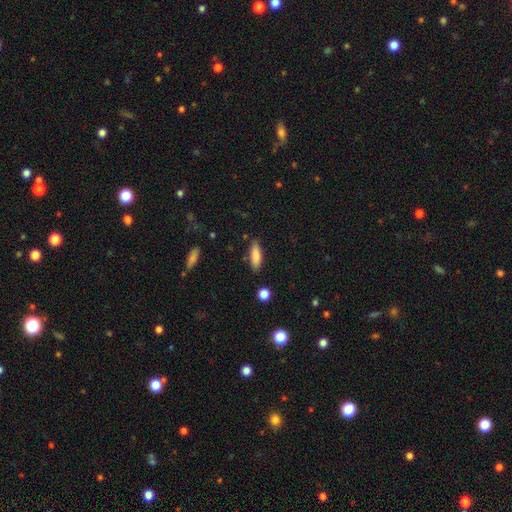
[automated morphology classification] This appears to be a smooth galaxy with no disk features (83%) that is in between round and cigar-shaped (54%). Merging: none (81%).